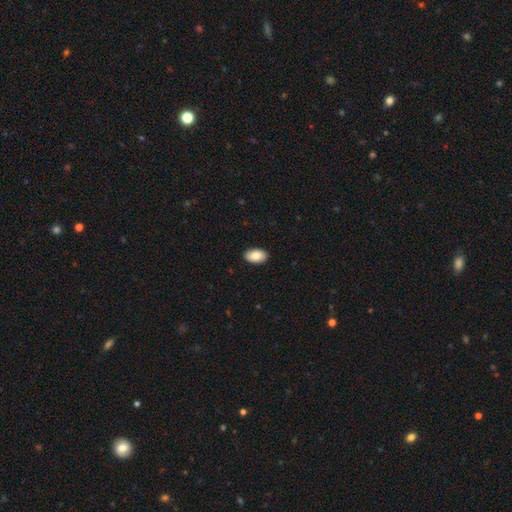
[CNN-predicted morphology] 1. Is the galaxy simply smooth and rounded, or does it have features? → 86% smooth, 8% featured or disk, 6% star or artifact.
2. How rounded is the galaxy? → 94% in between, 4% round, 2% cigar-shaped.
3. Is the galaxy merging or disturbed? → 90% none, 7% minor disturbance, 2% major disturbance, 1% merger.